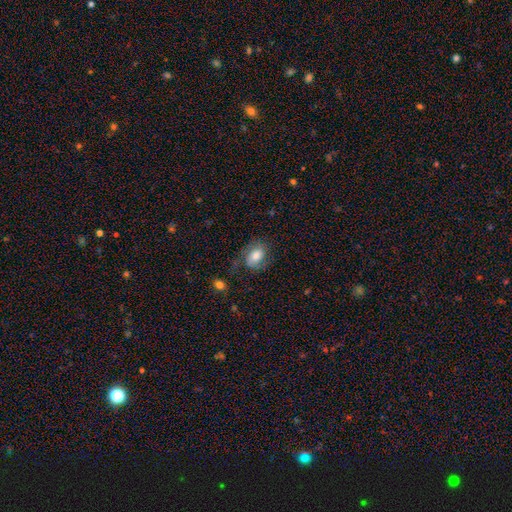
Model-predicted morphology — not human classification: Q: Smooth or featured?
A: smooth (59%); runner-up: featured or disk (33%)
Q: How rounded?
A: in between (75%); runner-up: round (24%)
Q: Merging?
A: none (56%); runner-up: minor disturbance (23%)